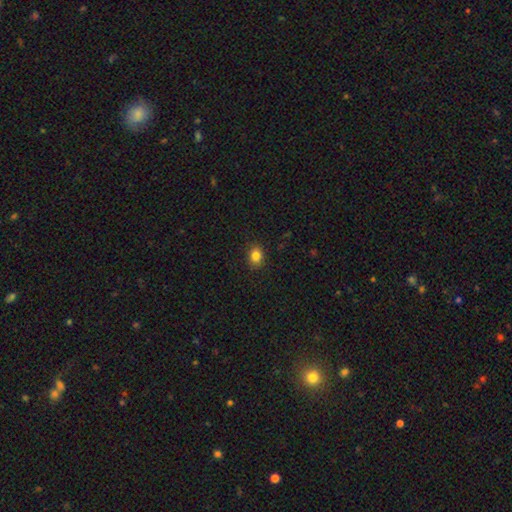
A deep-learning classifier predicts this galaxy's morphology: Smooth or featured?
  - smooth: 84% *
  - star or artifact: 11%
  - featured or disk: 5%
How rounded?
  - in between: 51% *
  - round: 48%
  - cigar-shaped: 1%
Merging?
  - none: 89% *
  - minor disturbance: 8%
  - major disturbance: 2%
  - merger: 1%